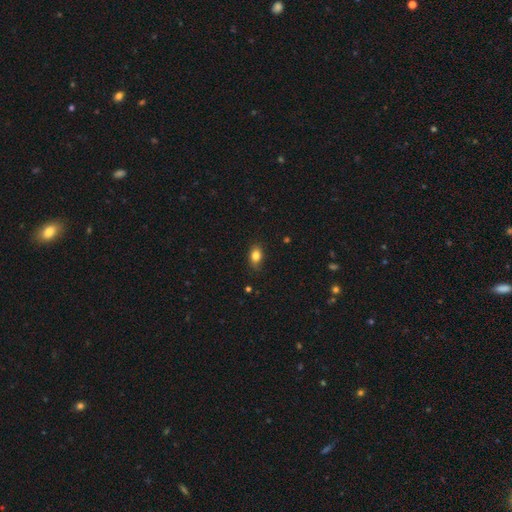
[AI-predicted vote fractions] smooth 83%, star or artifact 9%, featured or disk 7%. Down the decision tree: how rounded — in between (81%); merging — none (81%).